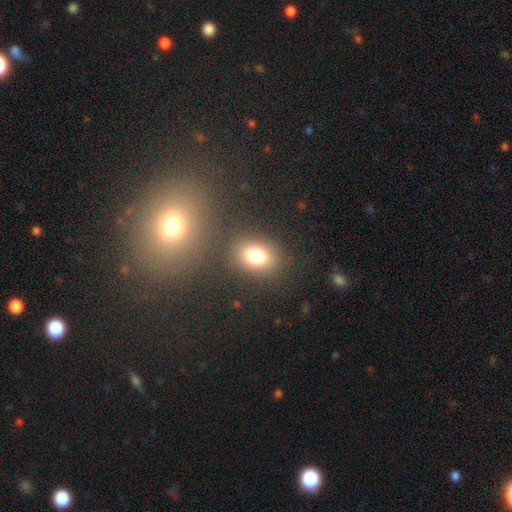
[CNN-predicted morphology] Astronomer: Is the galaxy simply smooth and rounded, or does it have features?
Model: smooth — 78%.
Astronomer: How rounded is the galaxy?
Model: in between — 60% (runner-up: round, 39%).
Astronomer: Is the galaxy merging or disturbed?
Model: none — 81%.